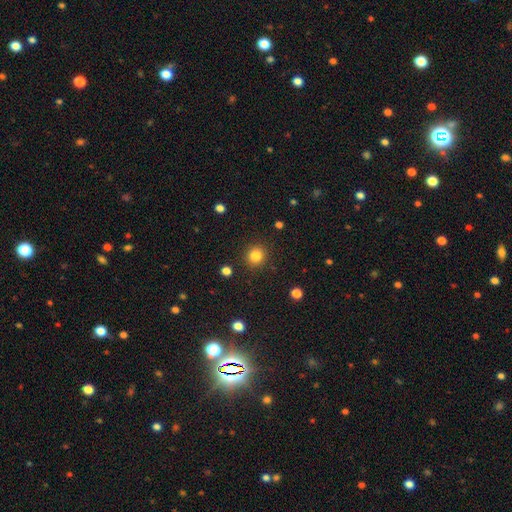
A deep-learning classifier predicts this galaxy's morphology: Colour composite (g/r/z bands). It shows a smooth galaxy with no disk features (83%) that is round (90%). Merging: none (90%).